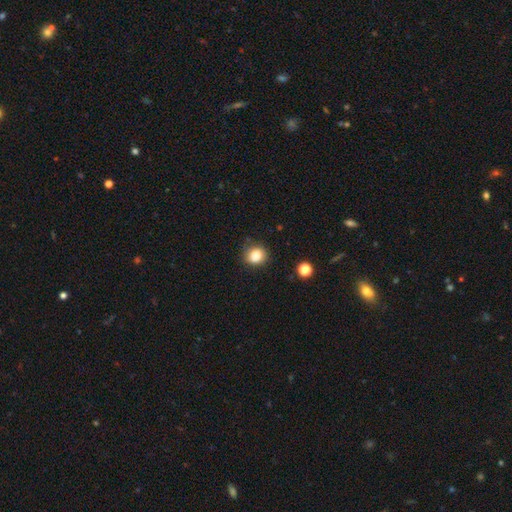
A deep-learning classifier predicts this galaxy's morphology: Smooth or featured: smooth — 84% (star or artifact — 10%)
How rounded: round — 75% (in between — 24%)
Merging: none — 74% (minor disturbance — 19%)